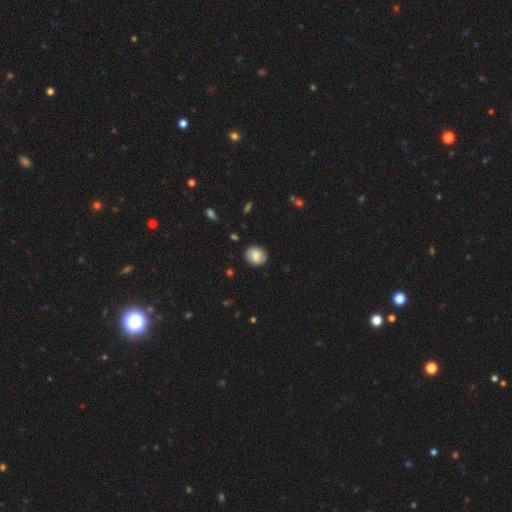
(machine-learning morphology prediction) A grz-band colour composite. It shows a smooth galaxy with no disk features (66%) that is round (76%). Merging: none (87%).